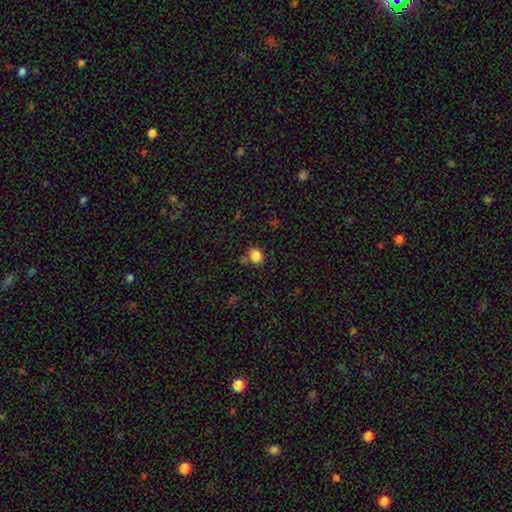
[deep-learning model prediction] Q: Smooth or featured?
A: smooth (85%); runner-up: star or artifact (10%)
Q: How rounded?
A: round (50%); runner-up: in between (49%)
Q: Merging?
A: none (73%); runner-up: minor disturbance (13%)